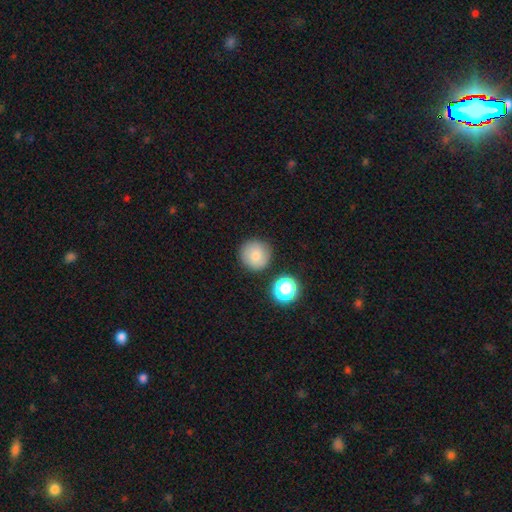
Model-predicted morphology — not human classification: Smooth or featured? Predicted: smooth (p=0.79). How rounded? Predicted: round (p=0.94). Merging? Predicted: none (p=0.85).